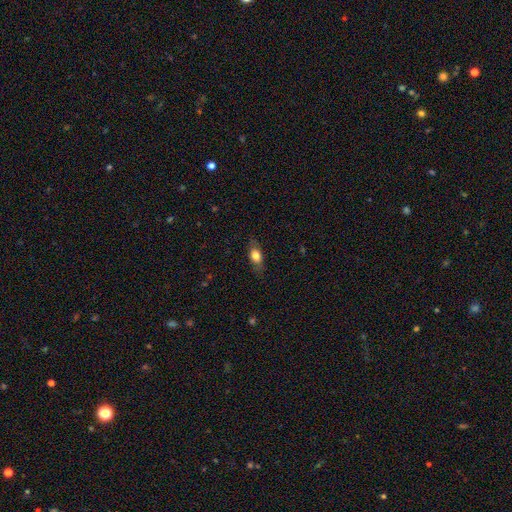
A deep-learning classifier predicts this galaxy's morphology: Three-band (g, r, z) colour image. It shows a smooth galaxy with no disk features (73%) that is in between round and cigar-shaped (75%). Merging: none (78%).